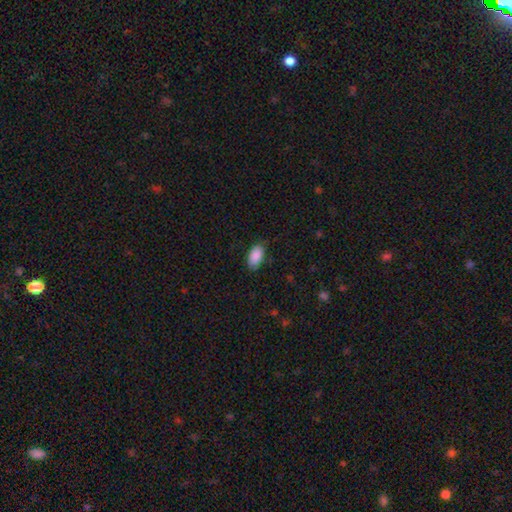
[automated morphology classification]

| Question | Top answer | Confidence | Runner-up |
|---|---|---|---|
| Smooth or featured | smooth | 90% | star or artifact (6%) |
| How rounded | in between | 95% | round (3%) |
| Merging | none | 79% | minor disturbance (17%) |